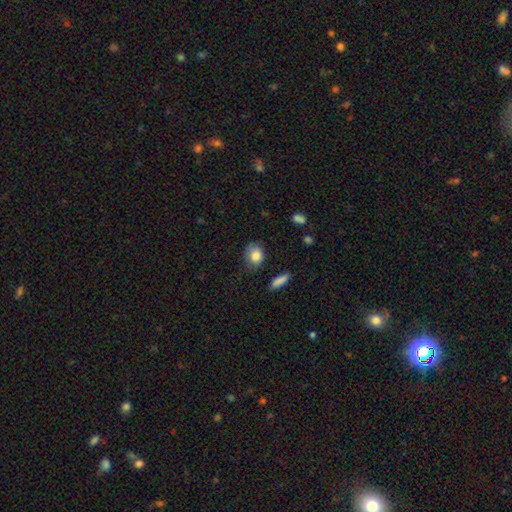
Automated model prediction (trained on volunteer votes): Smooth or featured: smooth — 83% (featured or disk — 9%)
How rounded: in between — 57% (round — 41%)
Merging: none — 71% (minor disturbance — 21%)